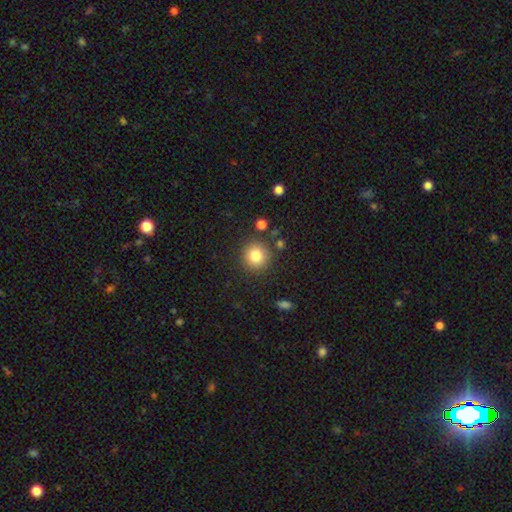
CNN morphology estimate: This appears to be a smooth galaxy with no disk features (82%) that is round (92%). Merging: none (86%).